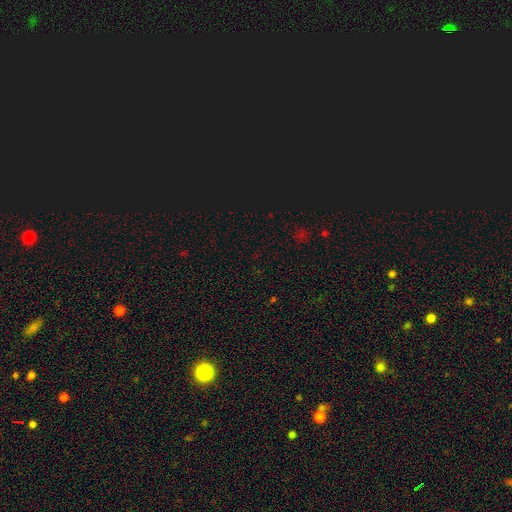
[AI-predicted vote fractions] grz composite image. It shows a star or artifact, not a galaxy (72%).